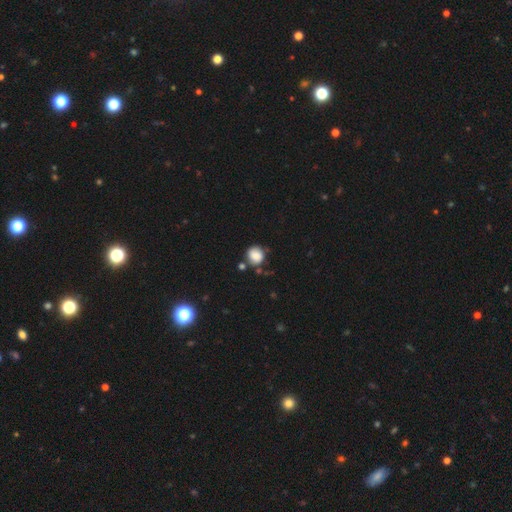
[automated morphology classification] smooth-or-featured: smooth: 86% | star or artifact: 9% | featured or disk: 5%
  how-rounded: round: 82% | in between: 17% | cigar-shaped: 1%
  merging: none: 69% | minor disturbance: 18% | merger: 8% | major disturbance: 5%